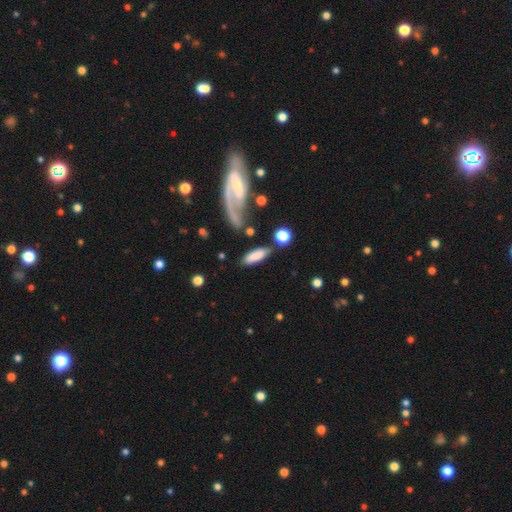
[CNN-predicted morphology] type=smooth (77%); roundness=in between (62%); merging=none (68%).